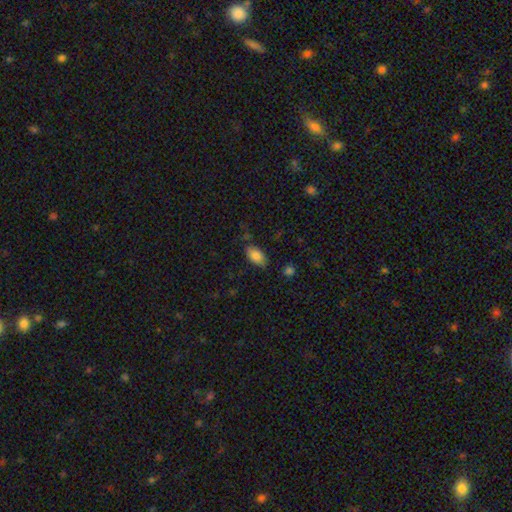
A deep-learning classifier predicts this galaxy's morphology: A smooth galaxy with no disk features (85%) that is in between round and cigar-shaped (93%).

Vote fractions:
- Smooth or featured? smooth: 85% / featured or disk: 8% / star or artifact: 7%
- How rounded? in between: 93% / round: 4% / cigar-shaped: 3%
- Merging? none: 74% / minor disturbance: 19% / major disturbance: 4% / merger: 2%